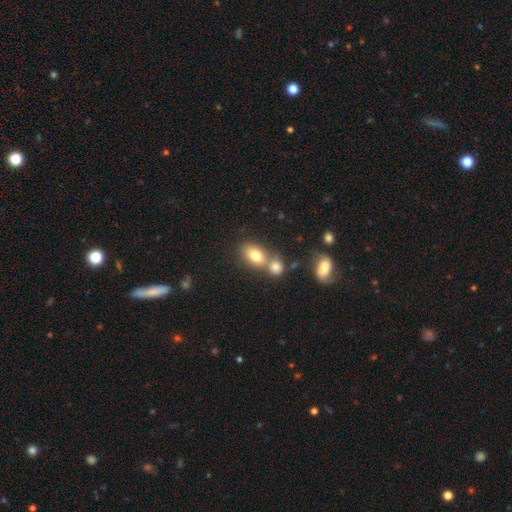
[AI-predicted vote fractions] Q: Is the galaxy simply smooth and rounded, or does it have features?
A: smooth — 78%.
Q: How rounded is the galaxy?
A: in between — 79%.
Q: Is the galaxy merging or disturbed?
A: none — 44%.